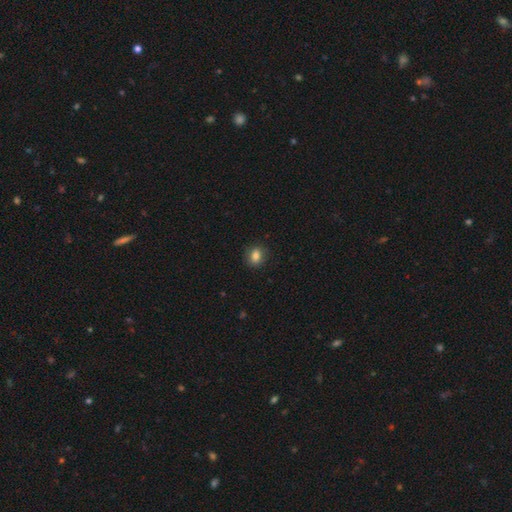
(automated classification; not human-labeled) smooth-or-featured: smooth: 84% | star or artifact: 9% | featured or disk: 6%
  how-rounded: in between: 52% | round: 47% | cigar-shaped: 1%
  merging: none: 86% | minor disturbance: 10% | major disturbance: 3% | merger: 1%